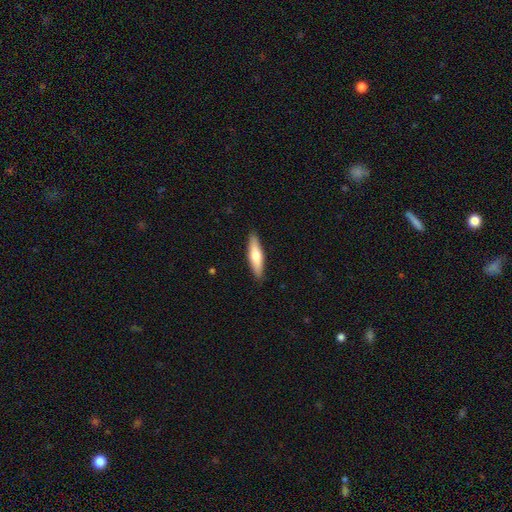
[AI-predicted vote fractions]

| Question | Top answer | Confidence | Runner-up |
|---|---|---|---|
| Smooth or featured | smooth | 63% | featured or disk (32%) |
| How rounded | cigar-shaped | 74% | in between (25%) |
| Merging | none | 89% | minor disturbance (8%) |